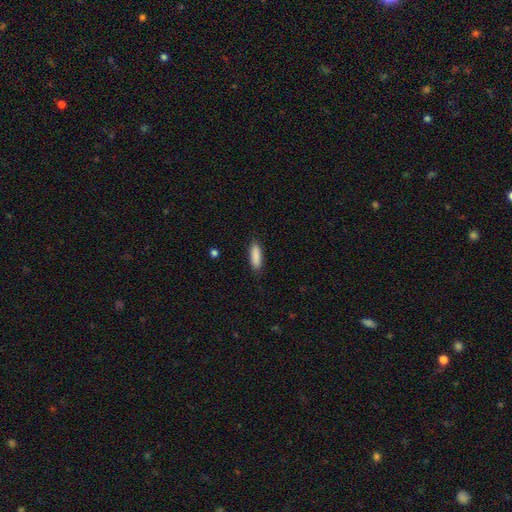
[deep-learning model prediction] smooth 89%, star or artifact 6%, featured or disk 5%. Down the decision tree: how rounded — in between (51%); merging — none (87%).